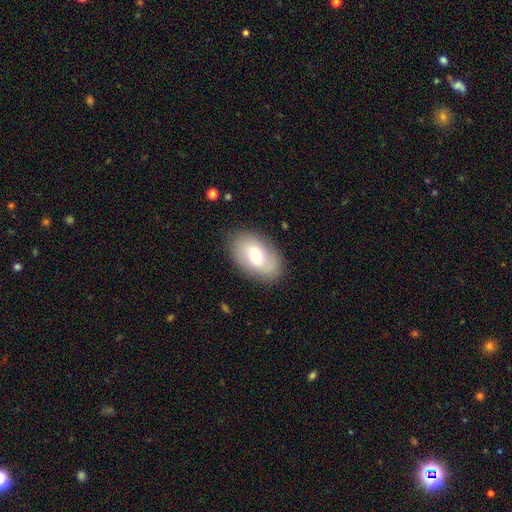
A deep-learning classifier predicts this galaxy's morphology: This appears to be a smooth galaxy with no disk features (57%) that is in between round and cigar-shaped (89%). Merging: none (85%).